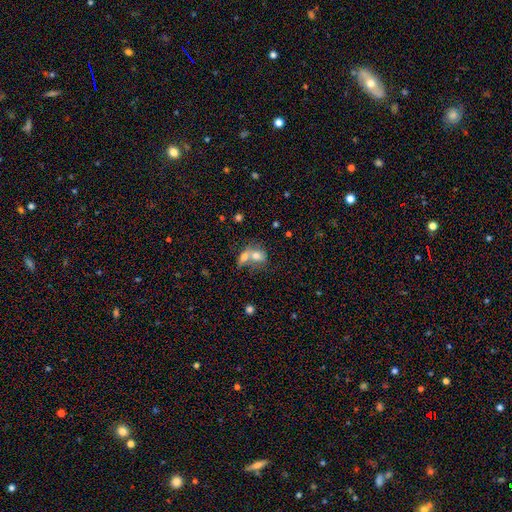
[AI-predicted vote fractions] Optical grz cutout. It shows a smooth galaxy with no disk features (71%) that is in between round and cigar-shaped (61%). Merging: merger (69%).